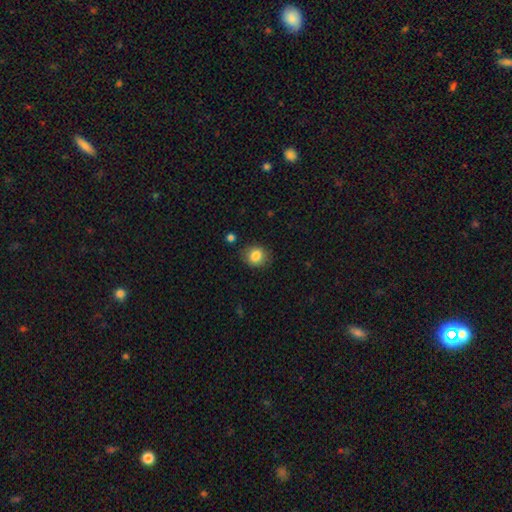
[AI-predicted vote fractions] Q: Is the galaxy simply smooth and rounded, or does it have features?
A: smooth — 85%.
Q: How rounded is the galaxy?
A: round — 77%.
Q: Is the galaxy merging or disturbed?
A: none — 85%.